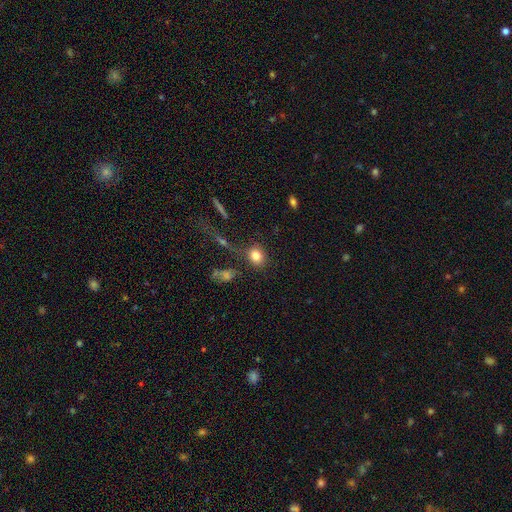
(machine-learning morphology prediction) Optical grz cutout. It shows a smooth galaxy with no disk features (81%) that is round (65%). Merging: none (74%).